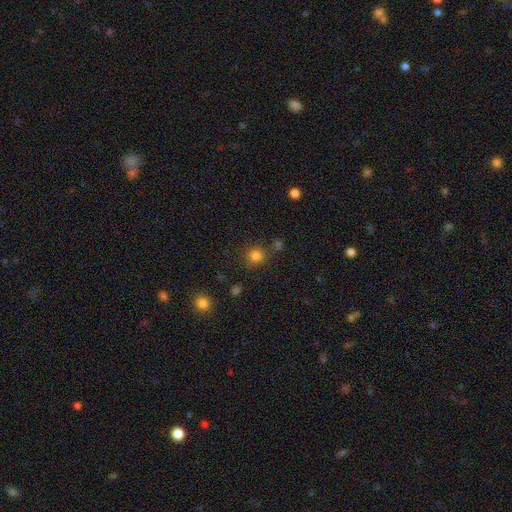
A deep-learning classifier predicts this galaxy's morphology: smooth-or-featured: smooth: 81% | star or artifact: 14% | featured or disk: 5%
  how-rounded: round: 88% | in between: 11% | cigar-shaped: 1%
  merging: none: 76% | minor disturbance: 11% | merger: 9% | major disturbance: 5%